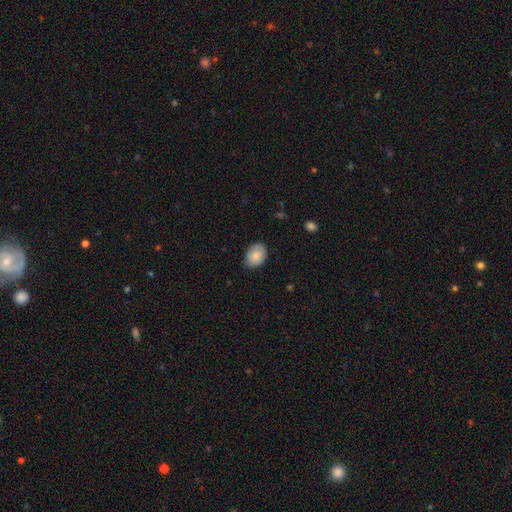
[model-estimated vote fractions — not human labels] A smooth galaxy with no disk features (83%) that is in between round and cigar-shaped (78%). Merging: none (81%).